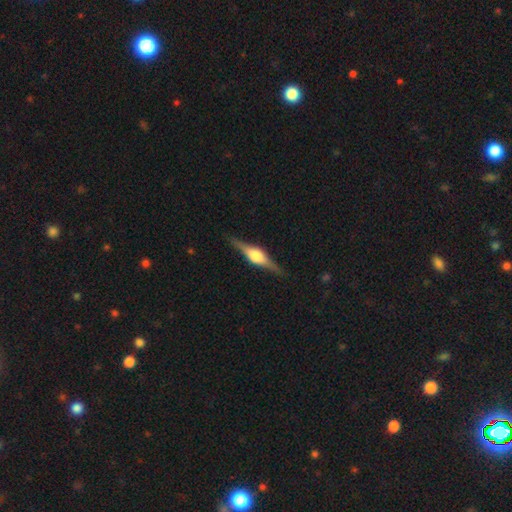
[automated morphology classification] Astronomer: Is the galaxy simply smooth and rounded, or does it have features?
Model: featured or disk — 80%.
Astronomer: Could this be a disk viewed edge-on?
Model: yes — 98%.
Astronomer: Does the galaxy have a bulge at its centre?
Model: rounded — 85%.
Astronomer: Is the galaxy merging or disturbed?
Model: none — 89%.